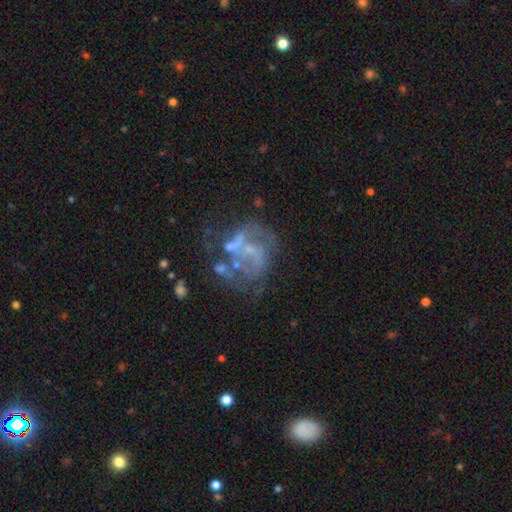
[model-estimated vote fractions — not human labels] Smooth or featured?
  - featured or disk: 72% *
  - smooth: 16%
  - star or artifact: 12%
Edge-on disk?
  - no: 98% *
  - yes: 2%
Bar?
  - no: 68% *
  - weak: 25%
  - strong: 7%
Spiral arms?
  - no: 58% *
  - yes: 42%
Bulge size?
  - none: 49% *
  - small: 32%
  - moderate: 16%
  - large: 2%
  - dominant: 1%
Merging?
  - none: 40% *
  - major disturbance: 29%
  - minor disturbance: 18%
  - merger: 13%